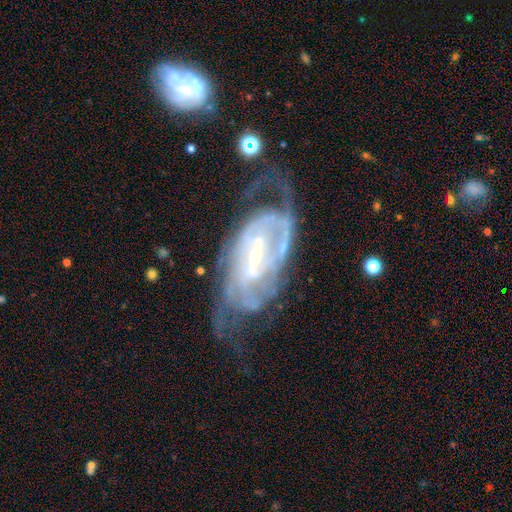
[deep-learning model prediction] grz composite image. It shows a featured or disk galaxy (87%) with a weak bar (42%), 2 (35%) tight (54%) spiral arms (93%) and a small central bulge (76%). Merging: none (51%).